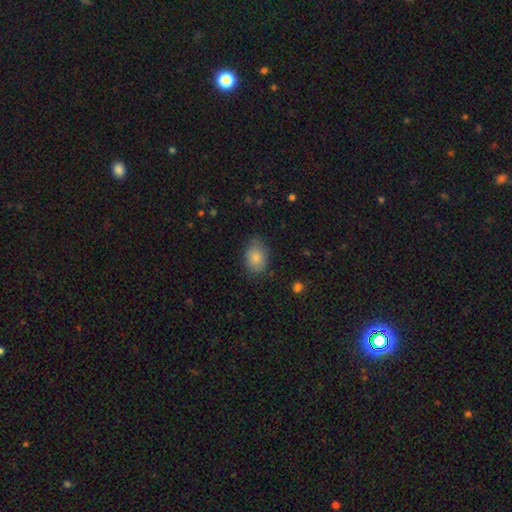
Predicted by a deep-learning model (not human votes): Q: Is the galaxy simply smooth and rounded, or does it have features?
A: smooth — 84%.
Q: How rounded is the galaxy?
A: in between — 75%.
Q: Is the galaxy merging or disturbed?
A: none — 77%.